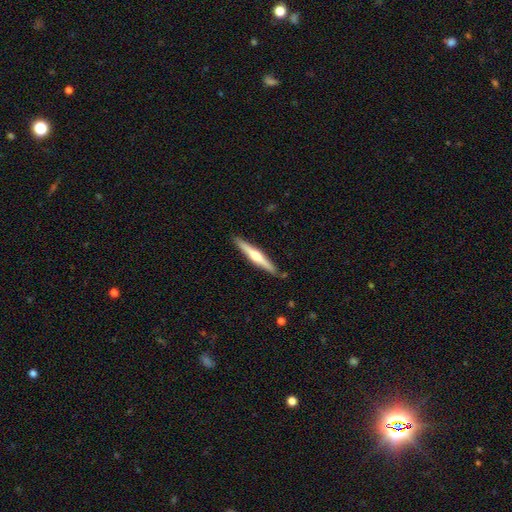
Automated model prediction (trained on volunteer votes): A featured or disk galaxy (65%) viewed edge-on (98%) with a rounded central bulge (88%). Merging: none (89%).